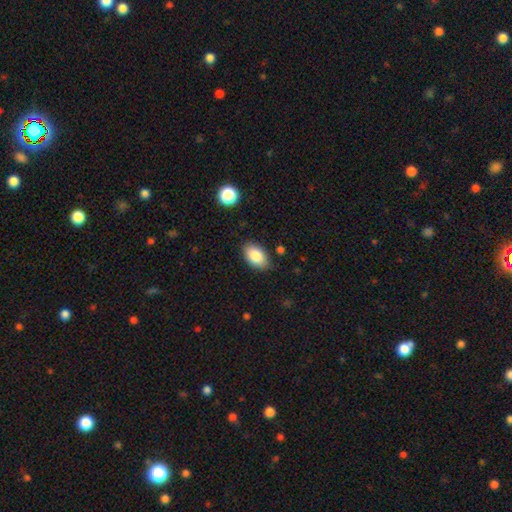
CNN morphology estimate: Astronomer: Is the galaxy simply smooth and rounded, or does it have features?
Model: smooth — 86%.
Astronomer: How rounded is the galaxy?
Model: in between — 91%.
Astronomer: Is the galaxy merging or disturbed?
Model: none — 83%.